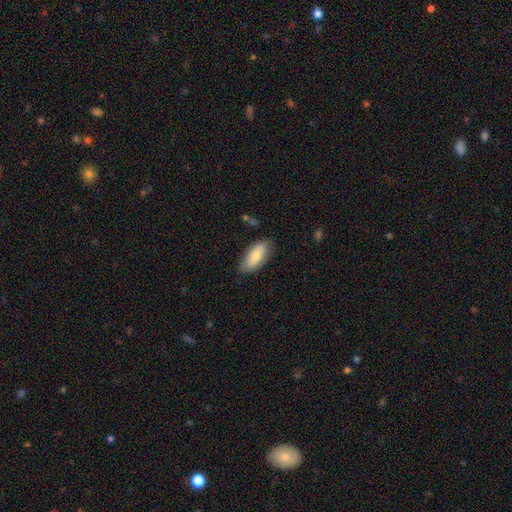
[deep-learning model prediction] Morphology: type=smooth (77%); roundness=in between (83%); merging=none (78%).